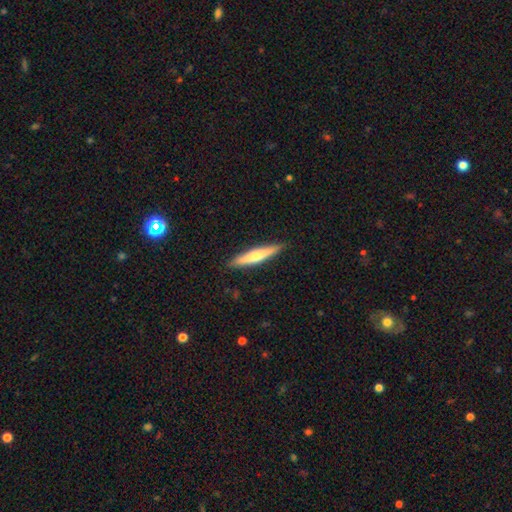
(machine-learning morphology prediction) This is possibly a smooth galaxy (50%). Merging: clearly none (90%).